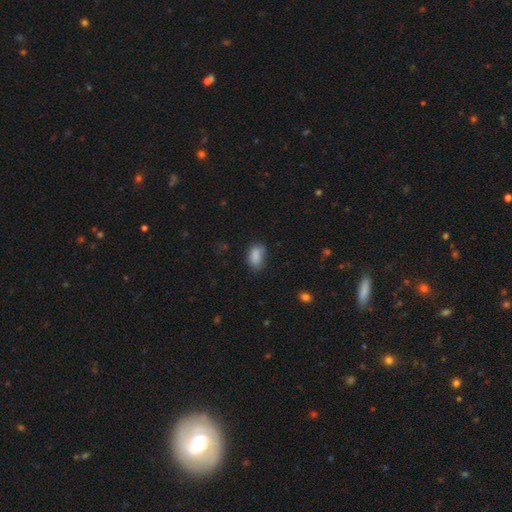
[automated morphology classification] Smooth or featured: smooth — 86% (star or artifact — 9%)
How rounded: in between — 88% (round — 9%)
Merging: none — 67% (minor disturbance — 24%)